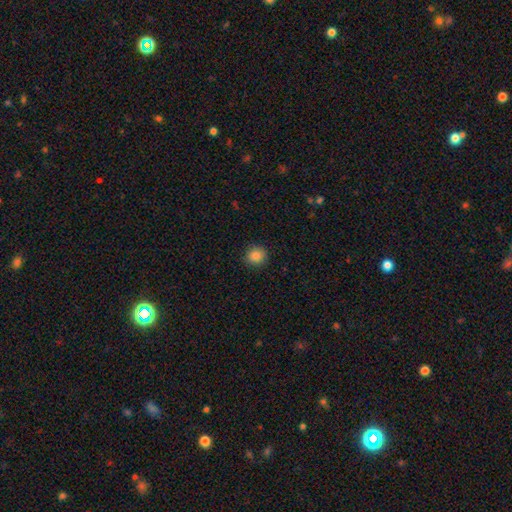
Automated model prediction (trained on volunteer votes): Smooth or featured: smooth — 86% (star or artifact — 11%)
How rounded: round — 89% (in between — 10%)
Merging: none — 90% (minor disturbance — 7%)